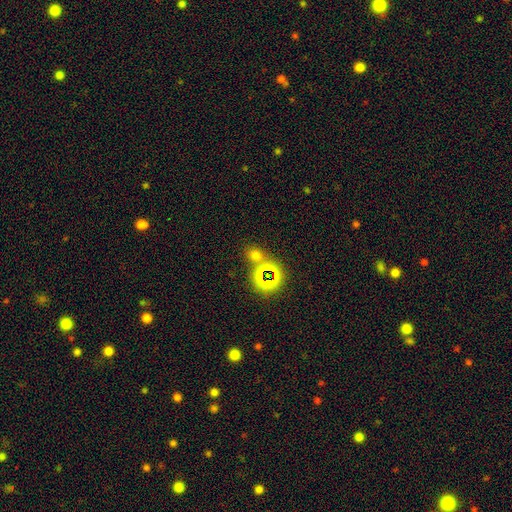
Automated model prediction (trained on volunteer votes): Smooth or featured? smooth (55%)
How rounded? round (70%)
Merging? none (66%)